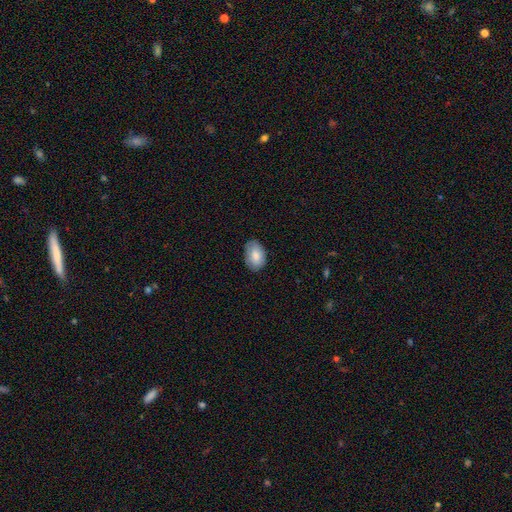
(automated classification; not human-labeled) Smooth or featured: smooth — 81% (featured or disk — 12%)
How rounded: in between — 89% (round — 10%)
Merging: none — 80% (minor disturbance — 16%)